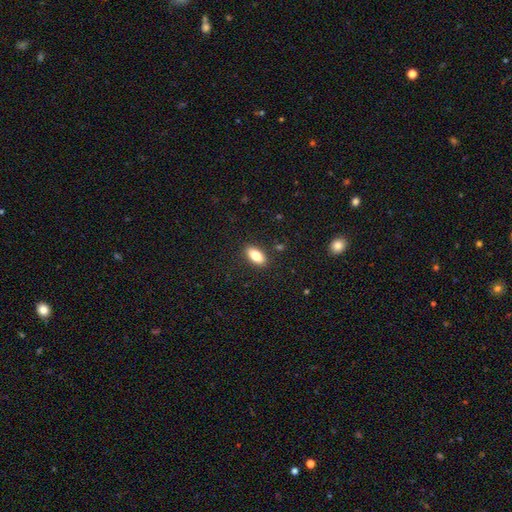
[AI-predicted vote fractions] This appears to be a smooth galaxy with no disk features (82%) that is in between round and cigar-shaped (87%). Merging: none (88%).